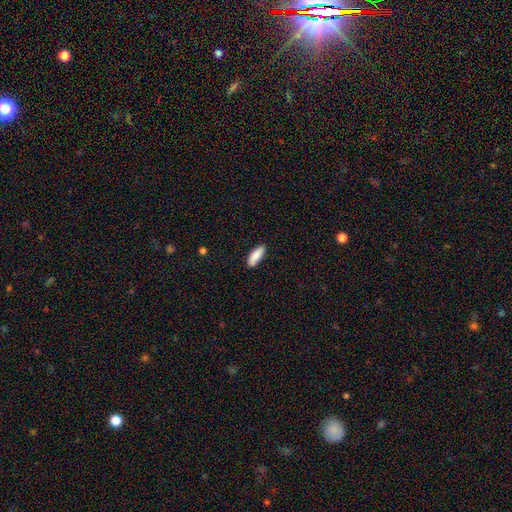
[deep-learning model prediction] This is clearly a smooth galaxy (87%). How rounded: likely in between (65%). Merging: clearly none (83%).